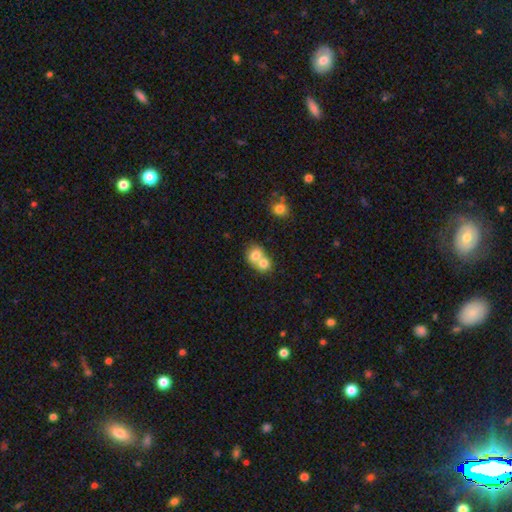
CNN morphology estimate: smooth 73%, featured or disk 18%, star or artifact 10%. Down the decision tree: how rounded — round (67%); merging — merger (69%).